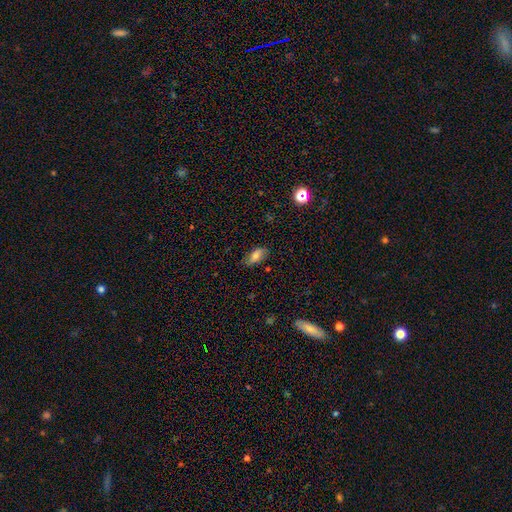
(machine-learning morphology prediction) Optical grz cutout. It shows a smooth galaxy with no disk features (70%) that is in between round and cigar-shaped (86%). Merging: none (77%).